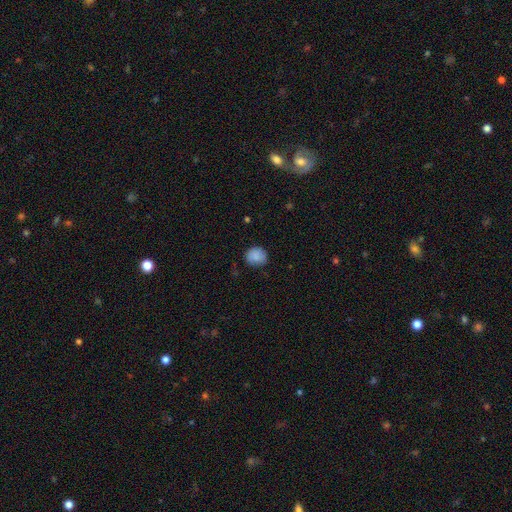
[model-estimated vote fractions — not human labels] smooth-or-featured: smooth: 87% | star or artifact: 8% | featured or disk: 5%
  how-rounded: round: 79% | in between: 20% | cigar-shaped: 1%
  merging: none: 78% | minor disturbance: 17% | major disturbance: 3% | merger: 1%